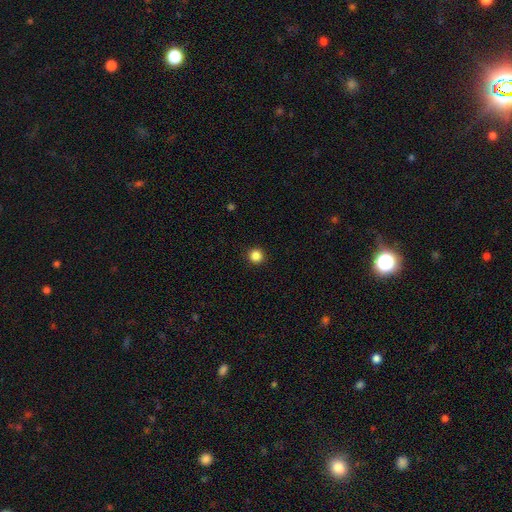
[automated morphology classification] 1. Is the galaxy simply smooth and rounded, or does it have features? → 85% smooth, 12% star or artifact, 3% featured or disk.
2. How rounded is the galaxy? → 96% round, 3% in between, 1% cigar-shaped.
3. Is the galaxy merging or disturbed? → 93% none, 4% minor disturbance, 2% major disturbance, 1% merger.